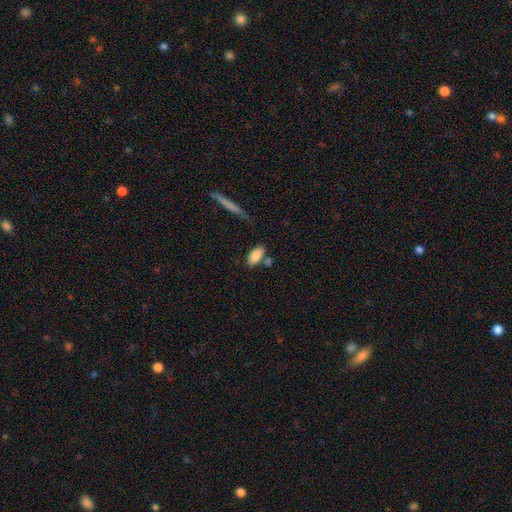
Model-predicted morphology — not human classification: Smooth or featured? smooth (85%)
How rounded? in between (90%)
Merging? none (65%)